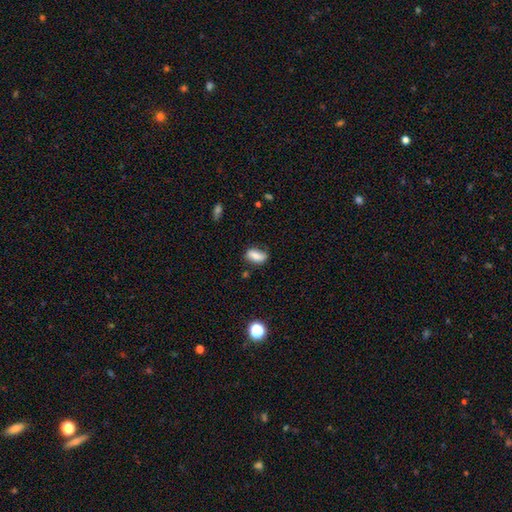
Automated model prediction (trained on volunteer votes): The model was most divided on "merging": none: 66%, minor disturbance: 25%, major disturbance: 6%, merger: 3%. More confident: how rounded — in between (85%); smooth or featured — smooth (73%).